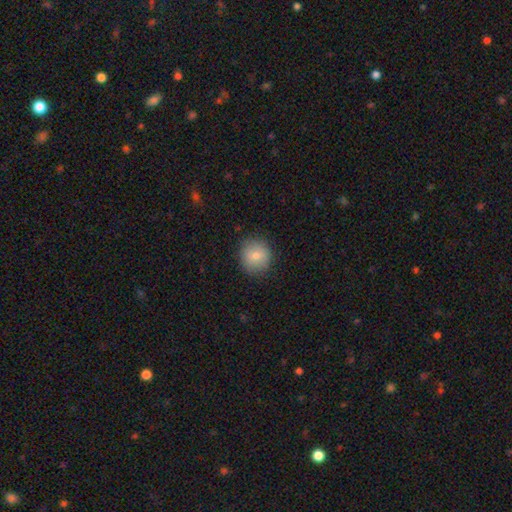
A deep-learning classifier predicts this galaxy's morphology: A smooth galaxy with no disk features (78%) that is round (90%).

Vote fractions:
- Smooth or featured? smooth: 78% / featured or disk: 13% / star or artifact: 9%
- How rounded? round: 90% / in between: 9% / cigar-shaped: 1%
- Merging? none: 86% / minor disturbance: 10% / major disturbance: 3% / merger: 1%